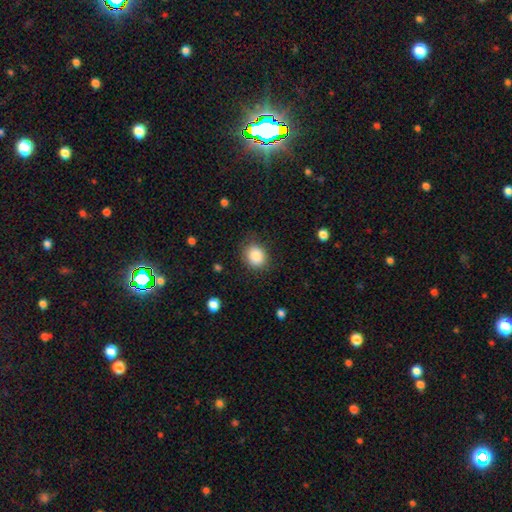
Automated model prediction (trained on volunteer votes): Smooth or featured? Predicted: smooth (p=0.86). How rounded? Predicted: round (p=0.65). Merging? Predicted: none (p=0.82).